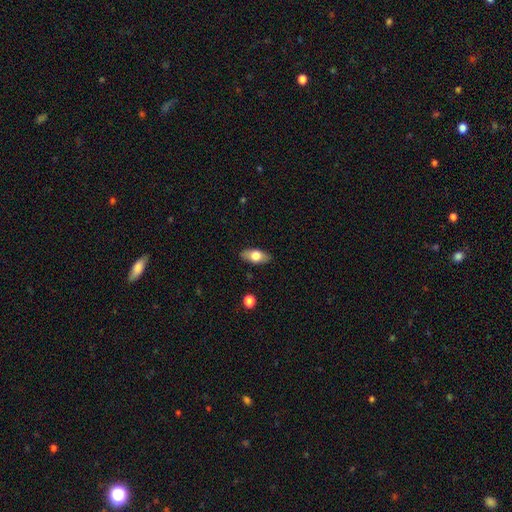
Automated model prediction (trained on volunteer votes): Smooth or featured: smooth — 71% (featured or disk — 23%)
How rounded: in between — 88% (cigar-shaped — 8%)
Merging: none — 87% (minor disturbance — 10%)